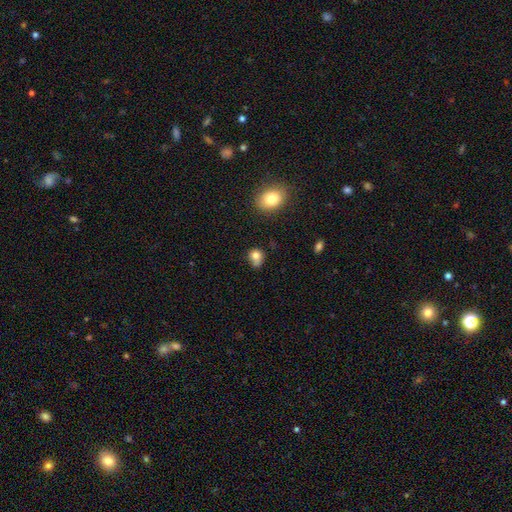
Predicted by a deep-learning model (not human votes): A smooth galaxy with no disk features (78%) that is round (66%). Merging: none (45%).